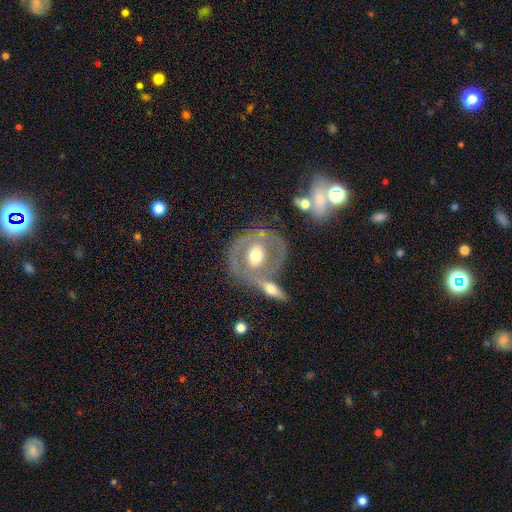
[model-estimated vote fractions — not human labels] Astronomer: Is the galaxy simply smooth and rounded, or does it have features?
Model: featured or disk — 66%.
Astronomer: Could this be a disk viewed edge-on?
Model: no — 91%.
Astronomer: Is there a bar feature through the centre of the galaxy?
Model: no — 63%.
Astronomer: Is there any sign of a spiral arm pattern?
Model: no — 60% (runner-up: yes, 40%).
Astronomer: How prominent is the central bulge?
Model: moderate — 67%.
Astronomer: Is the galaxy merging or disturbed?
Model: none — 58%.